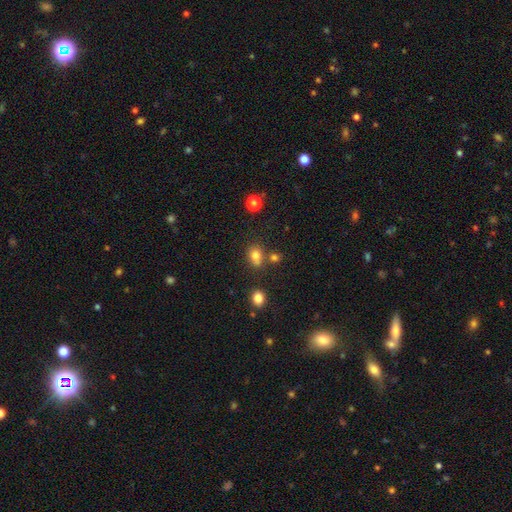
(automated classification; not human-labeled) The model was most divided on "how rounded": round: 55%, in between: 44%, cigar-shaped: 1%. More confident: smooth or featured — smooth (78%); merging — none (58%).